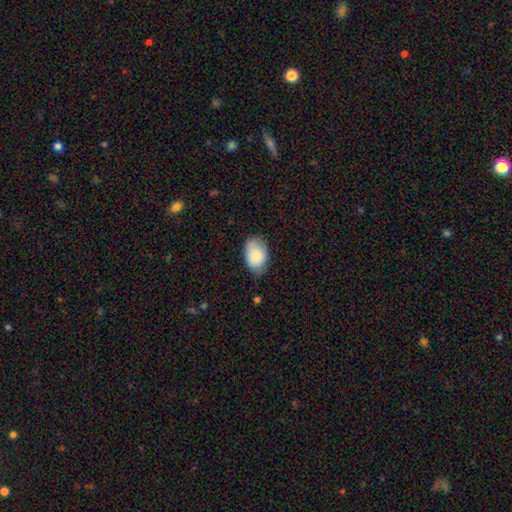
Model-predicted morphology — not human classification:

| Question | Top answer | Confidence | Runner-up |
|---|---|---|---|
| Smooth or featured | smooth | 83% | featured or disk (10%) |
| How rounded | in between | 86% | round (13%) |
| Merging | none | 64% | minor disturbance (29%) |